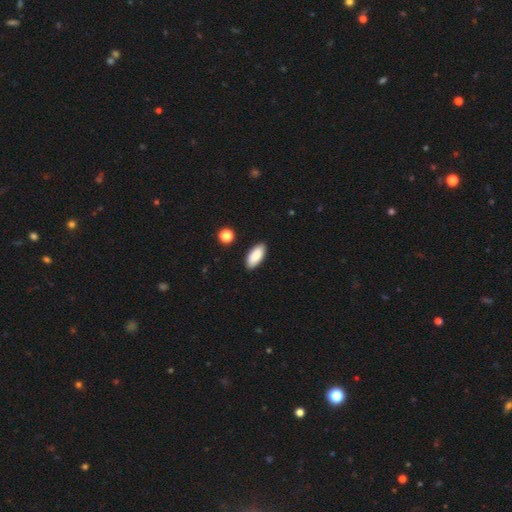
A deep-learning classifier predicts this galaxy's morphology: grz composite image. It shows a smooth galaxy with no disk features (88%) that is in between round and cigar-shaped (89%). Merging: none (88%).